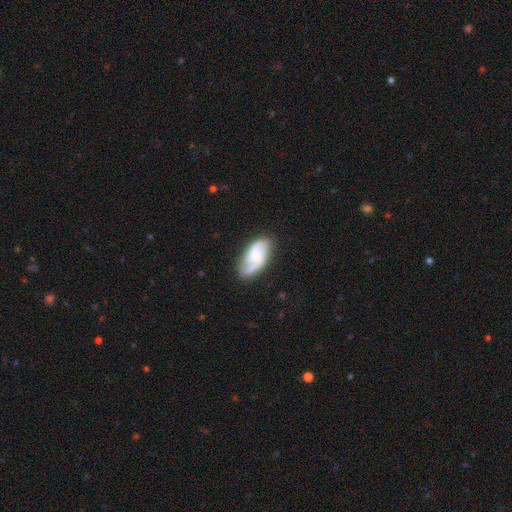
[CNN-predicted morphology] Overall: featured or disk (70%). Edge-on disk: no (96%). Bar: no (51%; weak 40%). Spiral arms: yes (94%). Spiral arm count: 2 (80%). Spiral winding: medium (44%; loose 37%). Bulge size: small (51%; moderate 28%). Merging: none (71%).